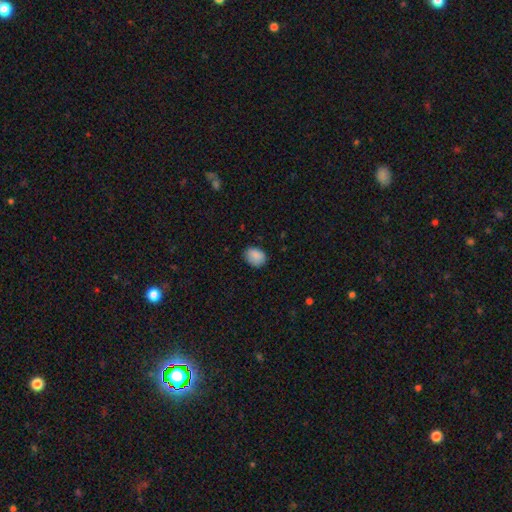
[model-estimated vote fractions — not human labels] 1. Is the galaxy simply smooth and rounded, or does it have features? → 87% smooth, 8% star or artifact, 5% featured or disk.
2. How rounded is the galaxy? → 62% in between, 37% round, 1% cigar-shaped.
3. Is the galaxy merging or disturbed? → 78% none, 18% minor disturbance, 3% major disturbance, 1% merger.